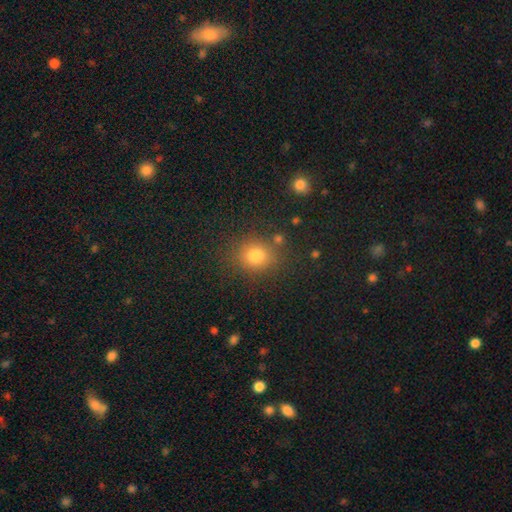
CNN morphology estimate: Smooth or featured?
  - smooth: 79% *
  - star or artifact: 14%
  - featured or disk: 7%
How rounded?
  - round: 78% *
  - in between: 21%
  - cigar-shaped: 1%
Merging?
  - none: 81% *
  - minor disturbance: 11%
  - merger: 4%
  - major disturbance: 4%